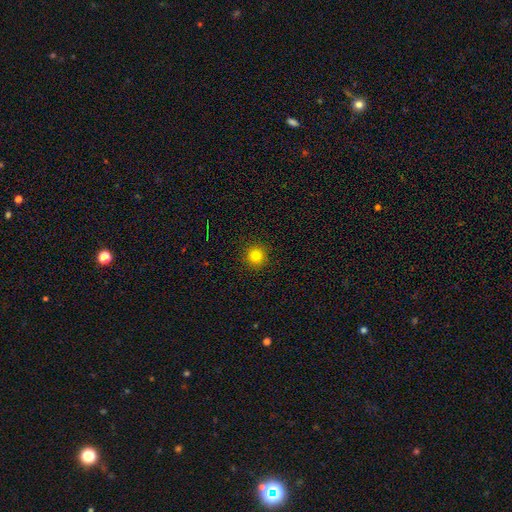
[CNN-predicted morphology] smooth-or-featured: smooth: 81% | star or artifact: 14% | featured or disk: 5%
  how-rounded: round: 95% | in between: 4% | cigar-shaped: 1%
  merging: none: 93% | minor disturbance: 5% | major disturbance: 2% | merger: 1%